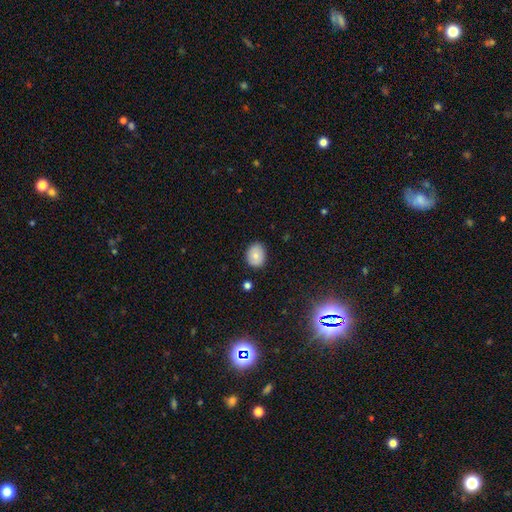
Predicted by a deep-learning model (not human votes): A smooth galaxy with no disk features (75%) that is round (54%). Merging: none (82%).